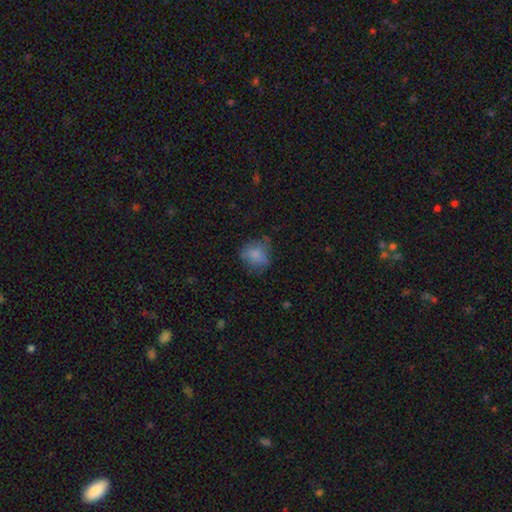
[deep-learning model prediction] The model was most divided on "merging": none: 57%, minor disturbance: 28%, major disturbance: 13%, merger: 2%. More confident: smooth or featured — smooth (75%); how rounded — round (65%).